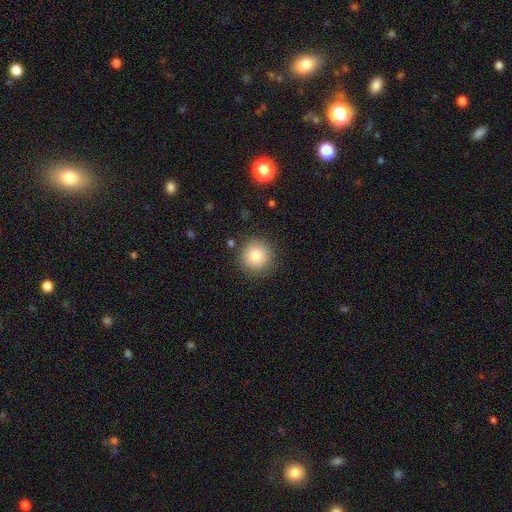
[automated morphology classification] smooth-or-featured: smooth: 81% | star or artifact: 10% | featured or disk: 9%
  how-rounded: round: 95% | in between: 4% | cigar-shaped: 1%
  merging: none: 87% | minor disturbance: 8% | major disturbance: 3% | merger: 2%